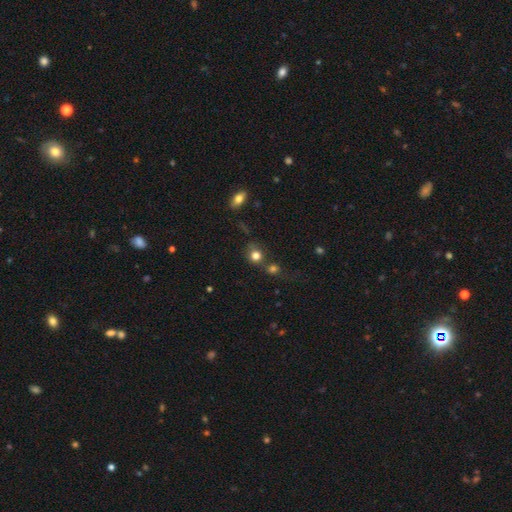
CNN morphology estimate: Smooth or featured?
  - smooth: 78% *
  - star or artifact: 14%
  - featured or disk: 8%
How rounded?
  - round: 82% *
  - in between: 17%
  - cigar-shaped: 1%
Merging?
  - none: 57% *
  - merger: 24%
  - minor disturbance: 13%
  - major disturbance: 7%